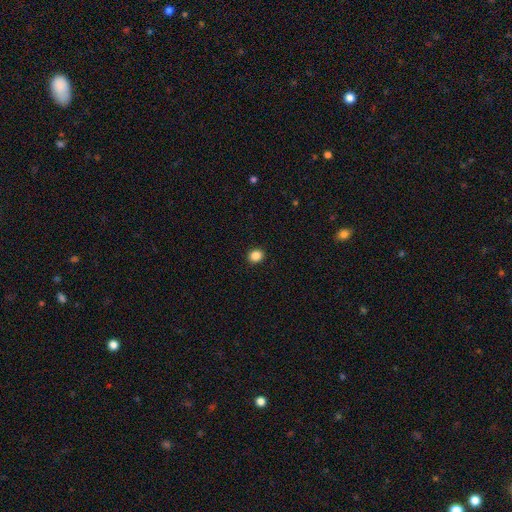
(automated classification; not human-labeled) Smooth or featured? smooth (87%)
How rounded? round (70%)
Merging? none (92%)